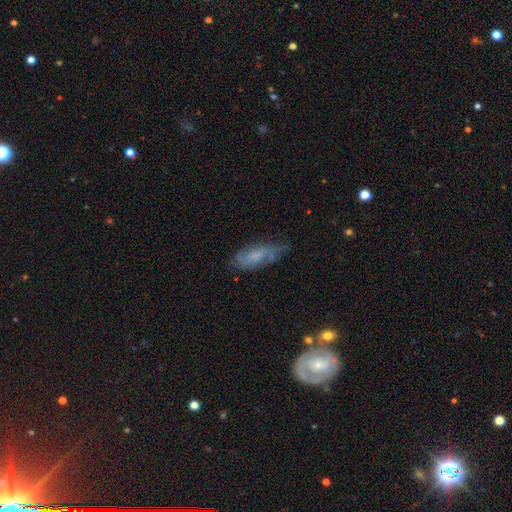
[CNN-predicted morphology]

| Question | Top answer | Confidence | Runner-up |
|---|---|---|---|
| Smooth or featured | smooth | 51% | featured or disk (41%) |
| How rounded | in between | 68% | cigar-shaped (30%) |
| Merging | none | 60% | minor disturbance (28%) |